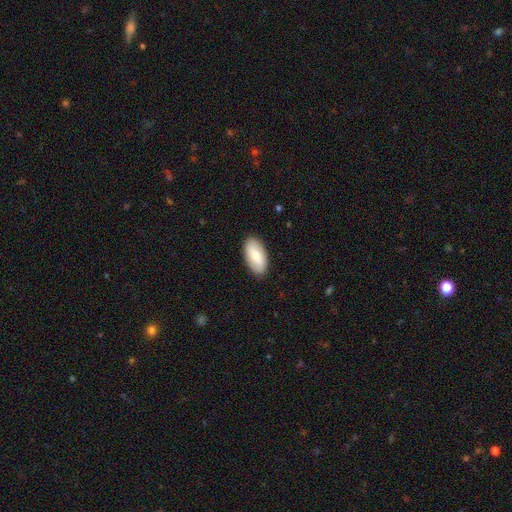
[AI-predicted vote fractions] Smooth or featured? Predicted: smooth (p=0.75). How rounded? Predicted: in between (p=0.93). Merging? Predicted: none (p=0.88).